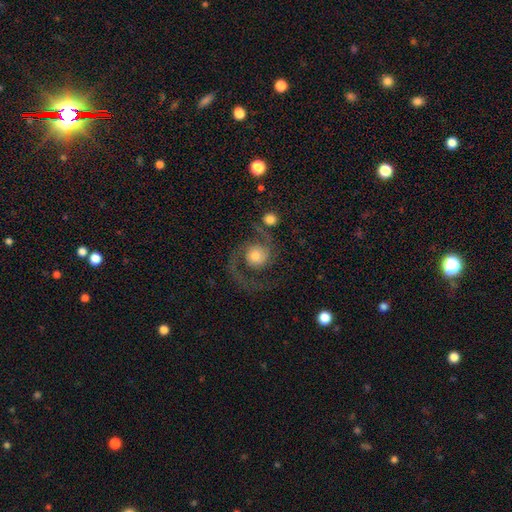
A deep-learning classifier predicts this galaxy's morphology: Q: Smooth or featured?
A: featured or disk (84%); runner-up: smooth (10%)
Q: Edge-on disk?
A: no (98%); runner-up: yes (2%)
Q: Bar?
A: no (75%); runner-up: weak (20%)
Q: Spiral arms?
A: yes (97%); runner-up: no (3%)
Q: Spiral winding?
A: medium (52%); runner-up: loose (27%)
Q: Spiral arm count?
A: 2 (86%); runner-up: 1 (8%)
Q: Bulge size?
A: moderate (49%); runner-up: small (27%)
Q: Merging?
A: none (64%); runner-up: major disturbance (17%)